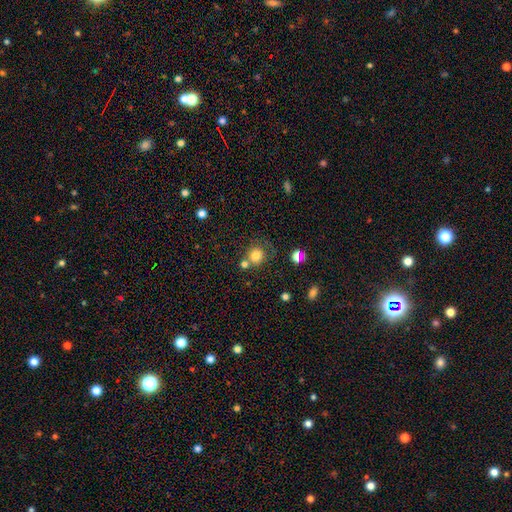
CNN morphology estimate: Overall: smooth (79%). How rounded: round (88%). Merging: none (60%; merger 23%).